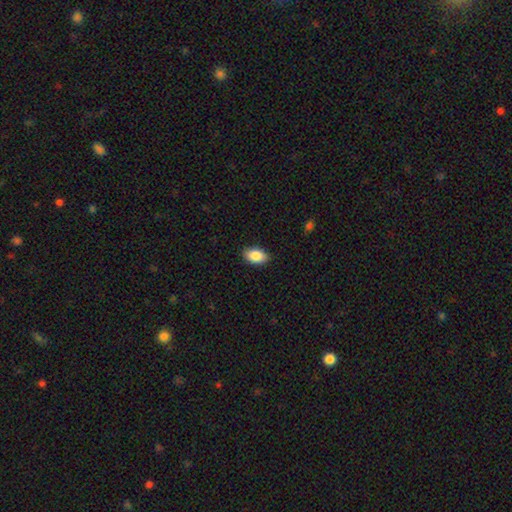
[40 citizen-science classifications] smooth 95%, featured or disk 5%, star or artifact 0%. Down the decision tree: how rounded — in between (87%); merging — none (82%).